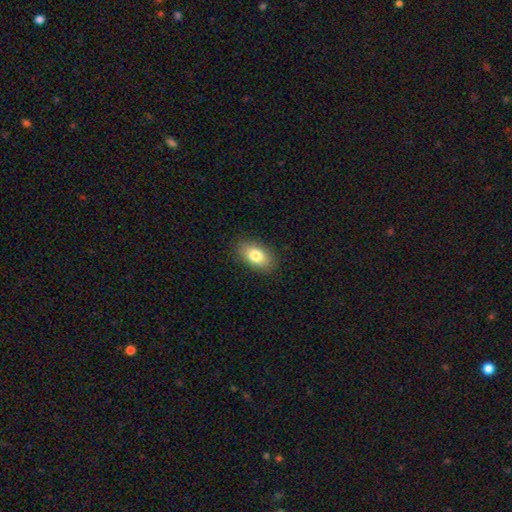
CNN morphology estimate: Smooth or featured?
  - smooth: 81% *
  - featured or disk: 11%
  - star or artifact: 8%
How rounded?
  - in between: 90% *
  - round: 7%
  - cigar-shaped: 2%
Merging?
  - none: 88% *
  - minor disturbance: 9%
  - major disturbance: 2%
  - merger: 1%